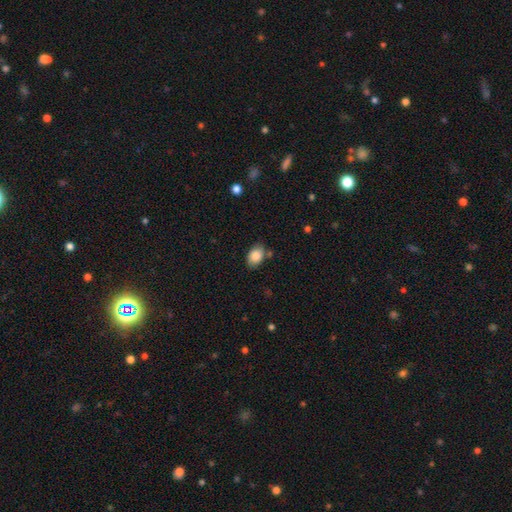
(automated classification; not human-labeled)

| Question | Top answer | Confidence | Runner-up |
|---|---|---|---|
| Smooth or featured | smooth | 87% | star or artifact (7%) |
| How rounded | in between | 82% | round (17%) |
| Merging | none | 73% | minor disturbance (17%) |